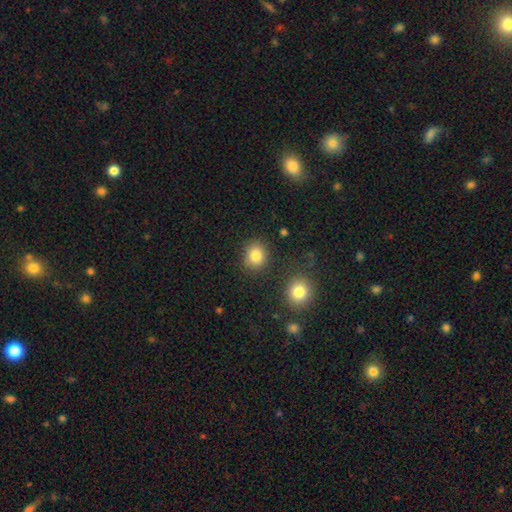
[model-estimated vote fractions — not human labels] smooth_or_featured: smooth (p=0.84) [alt: star or artifact p=0.10]
how_rounded: round (p=0.68) [alt: in between p=0.31]
merging: none (p=0.84) [alt: minor disturbance p=0.09]